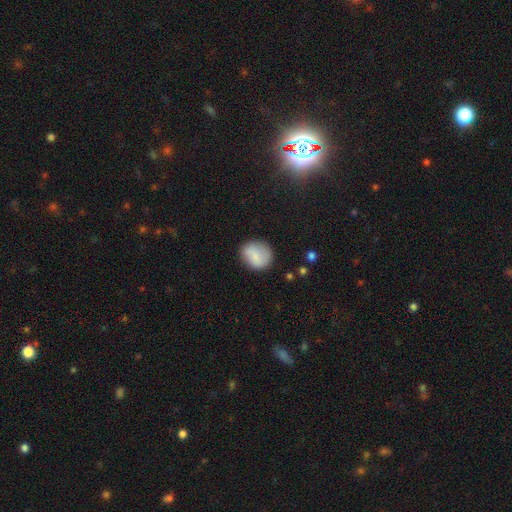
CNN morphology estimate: Smooth or featured?
  - smooth: 76% *
  - featured or disk: 16%
  - star or artifact: 8%
How rounded?
  - round: 73% *
  - in between: 25%
  - cigar-shaped: 1%
Merging?
  - none: 76% *
  - minor disturbance: 16%
  - major disturbance: 5%
  - merger: 2%